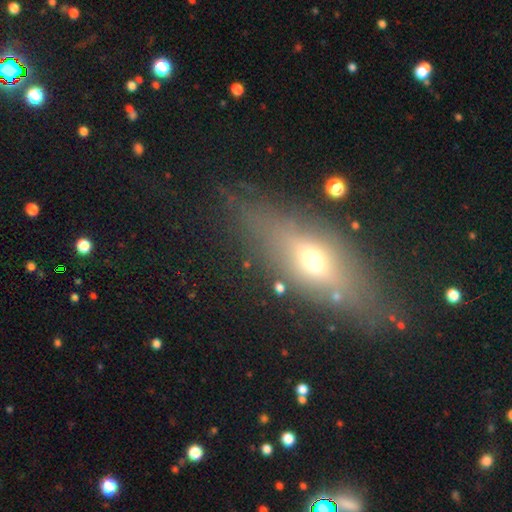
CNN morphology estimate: This is possibly a featured or disk galaxy (48%). Merging: likely none (79%).